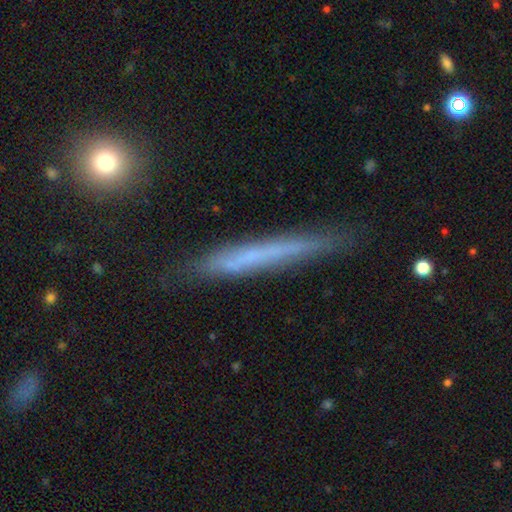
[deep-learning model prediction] Smooth or featured? featured or disk (47%)
Merging? none (79%)